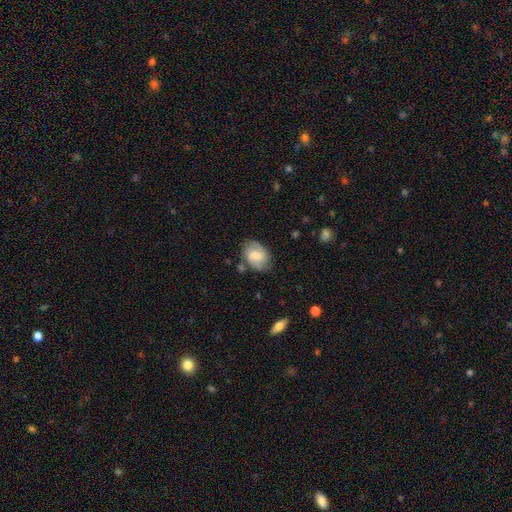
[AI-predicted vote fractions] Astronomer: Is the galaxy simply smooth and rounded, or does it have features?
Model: smooth — 47% (runner-up: featured or disk, 45%).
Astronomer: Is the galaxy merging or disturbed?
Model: none — 68%.